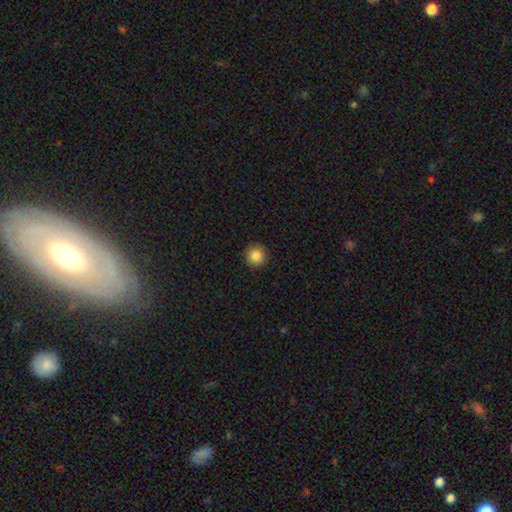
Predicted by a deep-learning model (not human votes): Smooth or featured: smooth — 87% (star or artifact — 10%)
How rounded: round — 95% (in between — 4%)
Merging: none — 92% (minor disturbance — 5%)